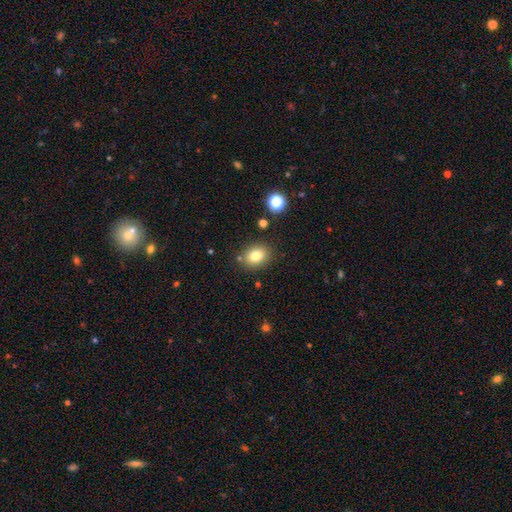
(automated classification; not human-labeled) A smooth galaxy with no disk features (80%) that is in between round and cigar-shaped (52%). Merging: none (83%).